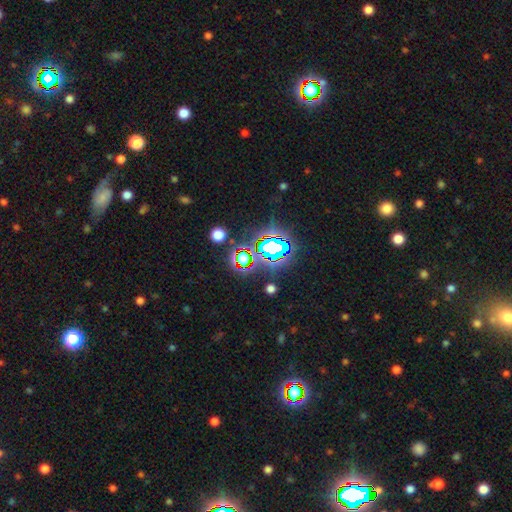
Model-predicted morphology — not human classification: Smooth or featured: star or artifact — 80% (smooth — 12%)